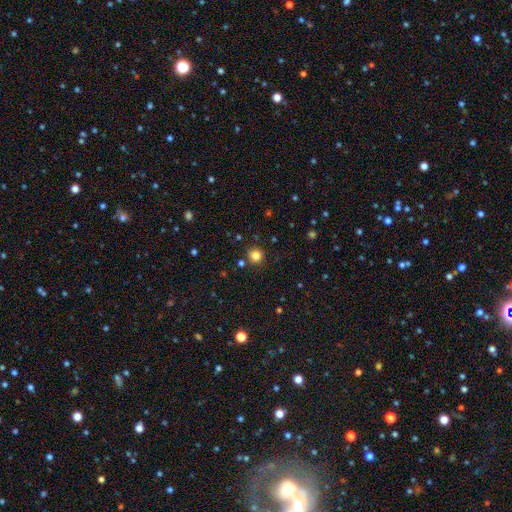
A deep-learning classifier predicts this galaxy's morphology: A smooth galaxy with no disk features (82%) that is round (94%). Merging: none (87%).